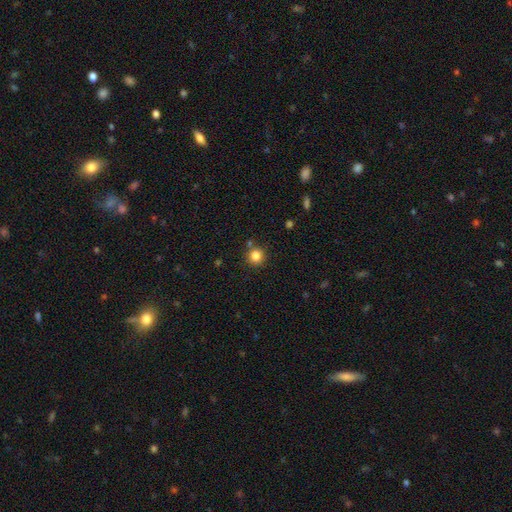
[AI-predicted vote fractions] This is clearly a smooth galaxy (83%). How rounded: clearly round (92%). Merging: clearly none (82%).